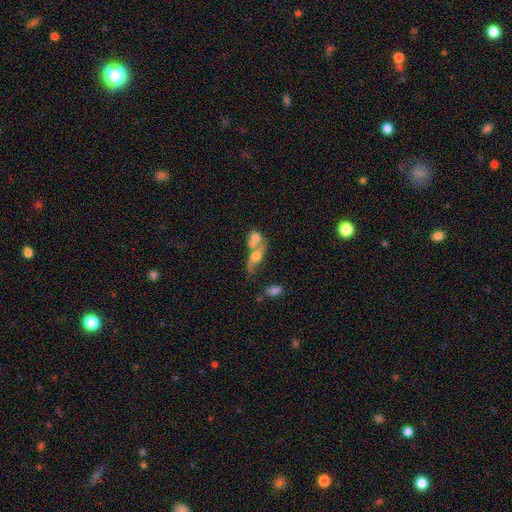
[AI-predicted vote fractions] This appears to be a featured or disk galaxy (44%). Merging: merger (61%).